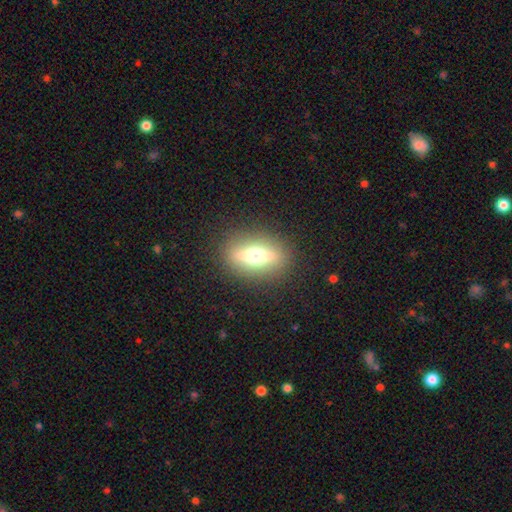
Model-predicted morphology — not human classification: Smooth or featured?
  - featured or disk: 46% *
  - smooth: 43%
  - star or artifact: 11%
Merging?
  - none: 87% *
  - minor disturbance: 8%
  - major disturbance: 4%
  - merger: 1%